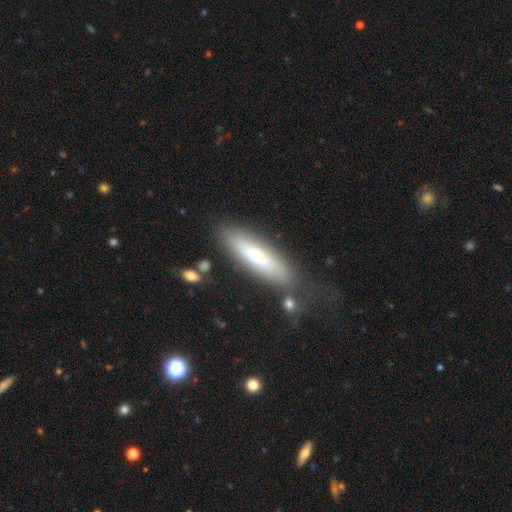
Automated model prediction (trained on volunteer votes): This is possibly a smooth galaxy (55%). How rounded: likely cigar-shaped (62%). Merging: likely none (76%).